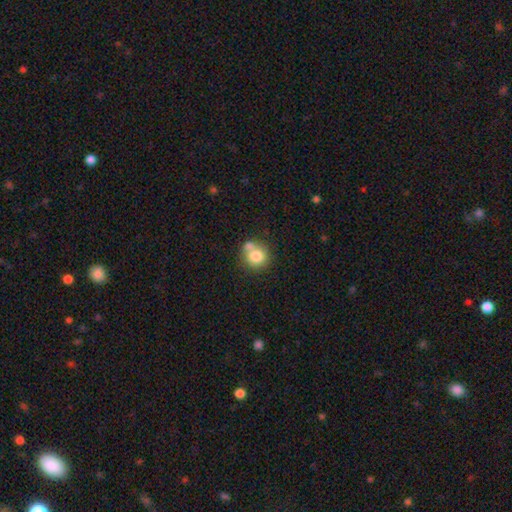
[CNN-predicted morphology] Smooth or featured? smooth (78%)
How rounded? round (84%)
Merging? none (50%)